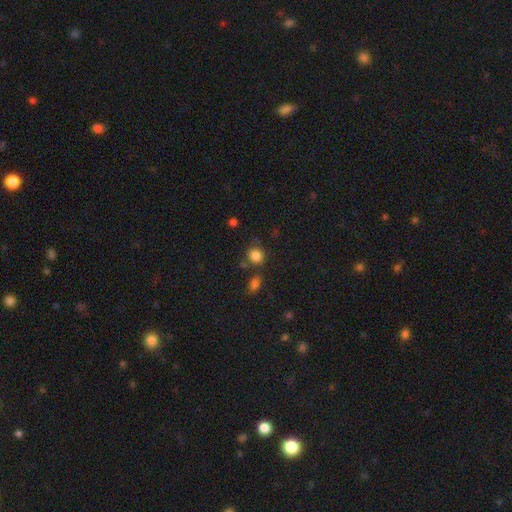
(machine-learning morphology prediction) Overall: smooth (84%). How rounded: round (77%). Merging: none (72%).